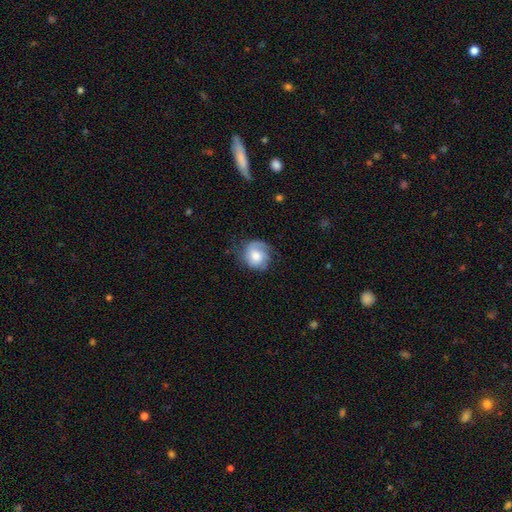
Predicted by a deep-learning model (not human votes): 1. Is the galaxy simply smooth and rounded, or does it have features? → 58% featured or disk, 35% smooth, 7% star or artifact.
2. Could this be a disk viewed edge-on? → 98% no, 2% yes.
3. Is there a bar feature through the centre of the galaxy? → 68% no, 28% weak, 5% strong.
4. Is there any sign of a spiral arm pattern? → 90% yes, 10% no.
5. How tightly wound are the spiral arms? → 44% tight, 38% medium, 18% loose.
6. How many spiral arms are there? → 43% 2, 25% 1, 18% can't tell, 10% 3, 2% 4, 2% more than 4.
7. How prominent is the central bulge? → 51% moderate, 27% large, 15% small, 4% none, 3% dominant.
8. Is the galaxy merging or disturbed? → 61% none, 24% minor disturbance, 13% major disturbance, 1% merger.